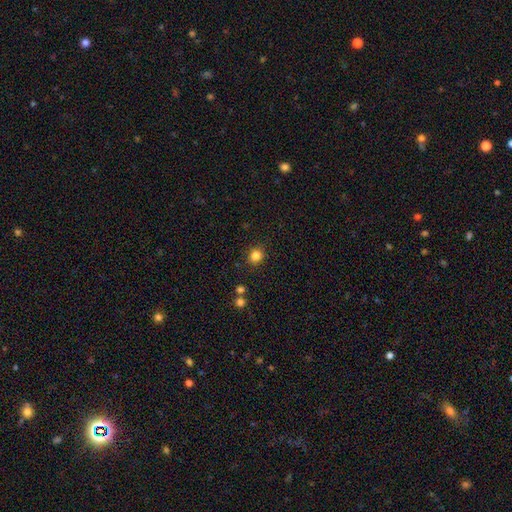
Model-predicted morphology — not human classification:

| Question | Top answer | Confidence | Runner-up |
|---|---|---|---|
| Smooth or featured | smooth | 83% | star or artifact (12%) |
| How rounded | round | 86% | in between (13%) |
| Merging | none | 89% | minor disturbance (7%) |